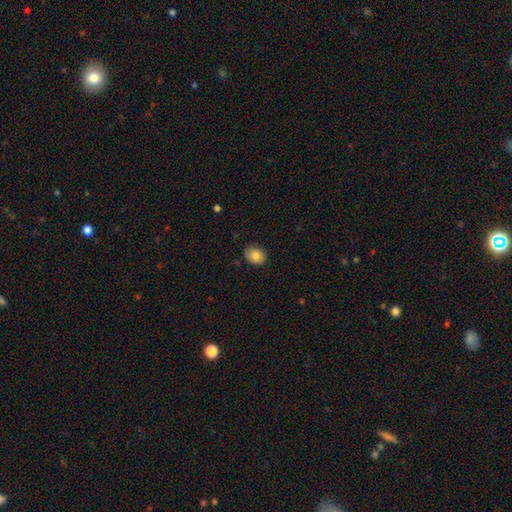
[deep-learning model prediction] Smooth or featured?
  - smooth: 82% *
  - featured or disk: 10%
  - star or artifact: 8%
How rounded?
  - in between: 54% *
  - round: 46%
  - cigar-shaped: 1%
Merging?
  - none: 87% *
  - minor disturbance: 10%
  - major disturbance: 2%
  - merger: 1%